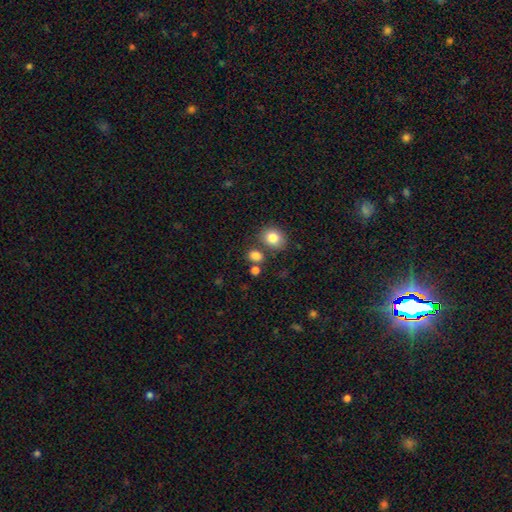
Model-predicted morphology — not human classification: smooth 82%, star or artifact 12%, featured or disk 6%. Down the decision tree: how rounded — round (57%); merging — none (67%).